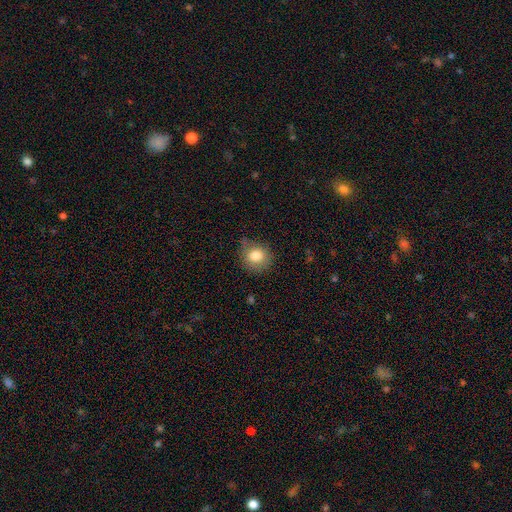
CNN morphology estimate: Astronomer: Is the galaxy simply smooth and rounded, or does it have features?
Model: smooth — 82%.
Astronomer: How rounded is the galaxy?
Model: round — 80%.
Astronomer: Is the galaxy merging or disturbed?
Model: none — 69%.